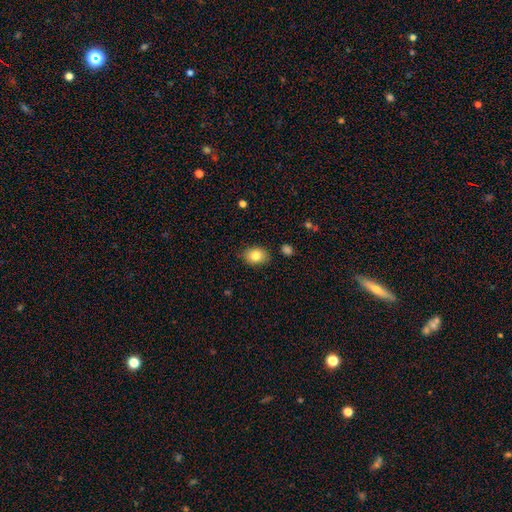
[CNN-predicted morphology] This is clearly a smooth galaxy (83%). How rounded: likely in between (63%). Merging: clearly none (84%).